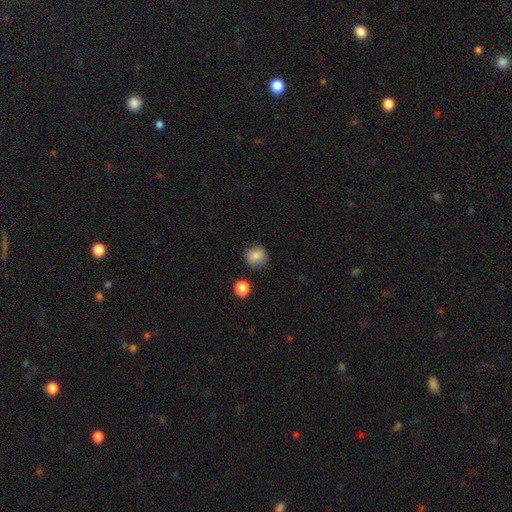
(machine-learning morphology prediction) Smooth or featured? Predicted: smooth (p=0.86). How rounded? Predicted: round (p=0.92). Merging? Predicted: none (p=0.87).